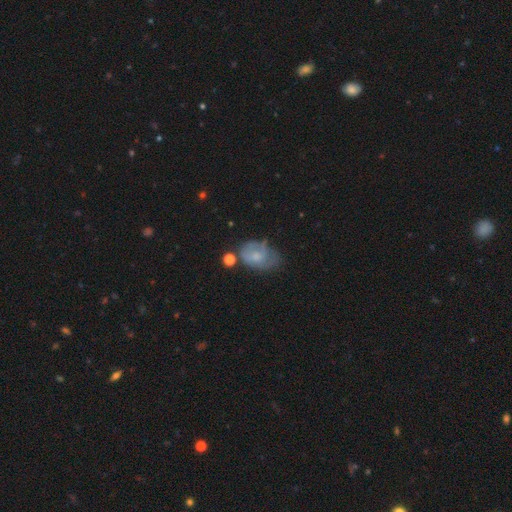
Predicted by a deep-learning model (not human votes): Smooth or featured?
  - smooth: 49% *
  - featured or disk: 42%
  - star or artifact: 9%
Merging?
  - none: 38% *
  - minor disturbance: 33%
  - major disturbance: 22%
  - merger: 7%